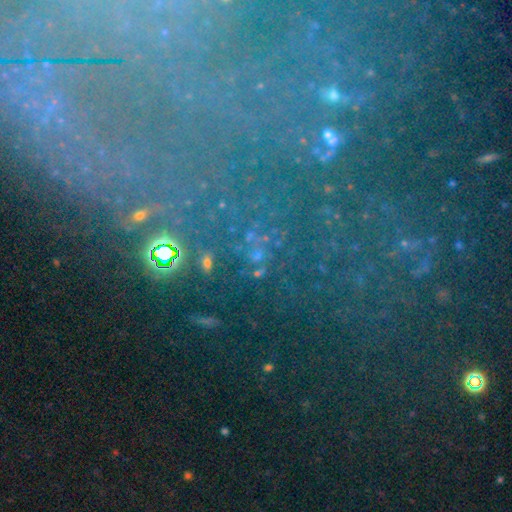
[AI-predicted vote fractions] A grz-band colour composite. It shows a star or artifact, not a galaxy (63%).